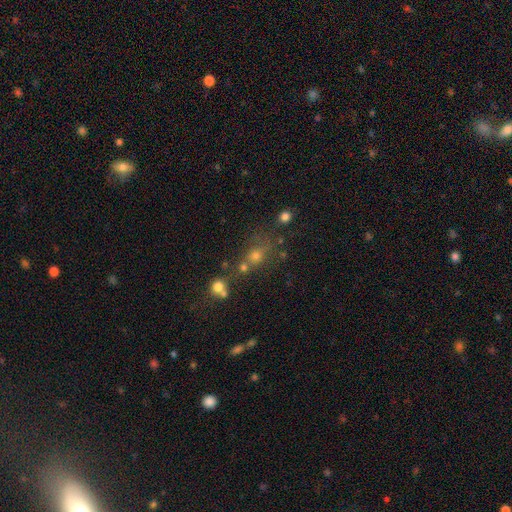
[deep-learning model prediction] Morphology: type=smooth (57%); roundness=round (68%); merging=none (51%).